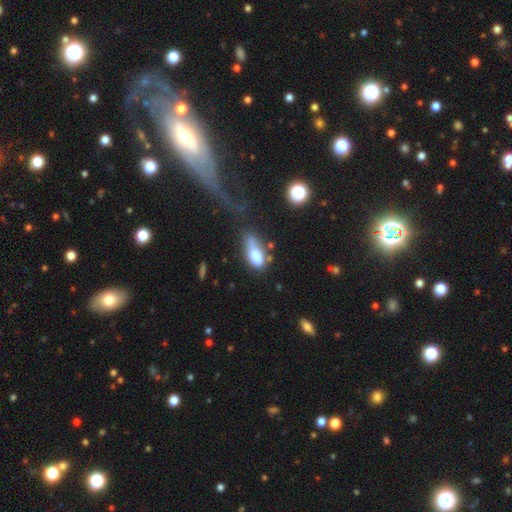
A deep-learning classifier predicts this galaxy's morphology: Smooth or featured? smooth (72%)
How rounded? in between (80%)
Merging? none (33%)